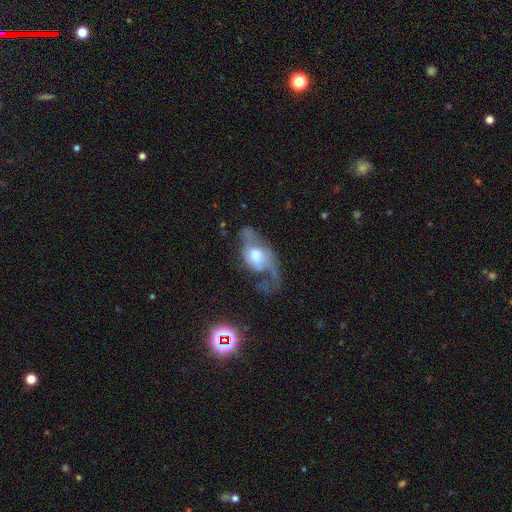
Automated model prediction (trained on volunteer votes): Smooth or featured: featured or disk — 56% (smooth — 37%)
Edge-on disk: no — 90% (yes — 10%)
Bar: no — 71% (weak — 23%)
Spiral arms: yes — 60% (no — 40%)
Bulge size: moderate — 62% (large — 24%)
Merging: major disturbance — 55% (none — 21%)